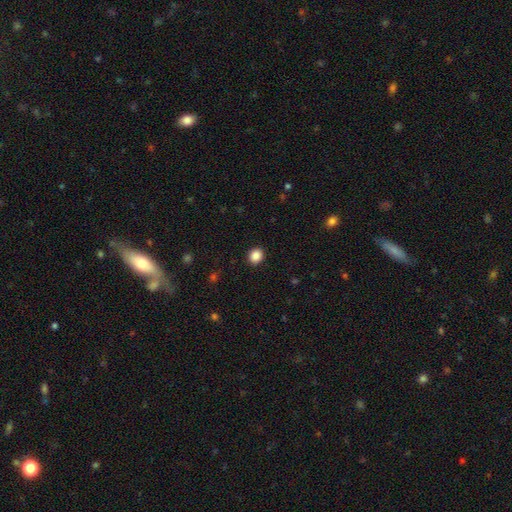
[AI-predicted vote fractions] Morphology: type=smooth (87%); roundness=round (74%); merging=none (91%).